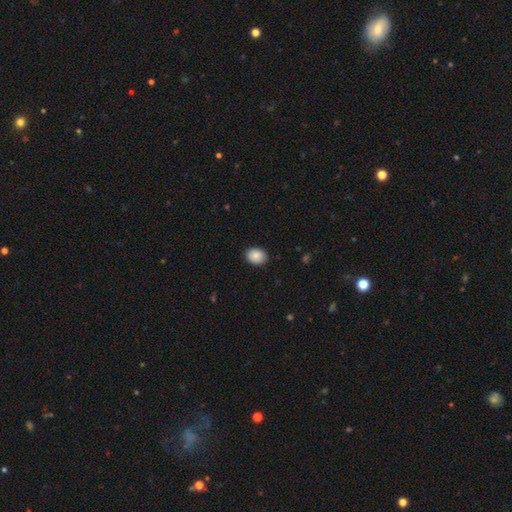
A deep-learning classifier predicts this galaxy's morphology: Smooth or featured?
  - smooth: 88% *
  - star or artifact: 8%
  - featured or disk: 5%
How rounded?
  - in between: 58% *
  - round: 42%
  - cigar-shaped: 1%
Merging?
  - none: 89% *
  - minor disturbance: 8%
  - major disturbance: 2%
  - merger: 1%